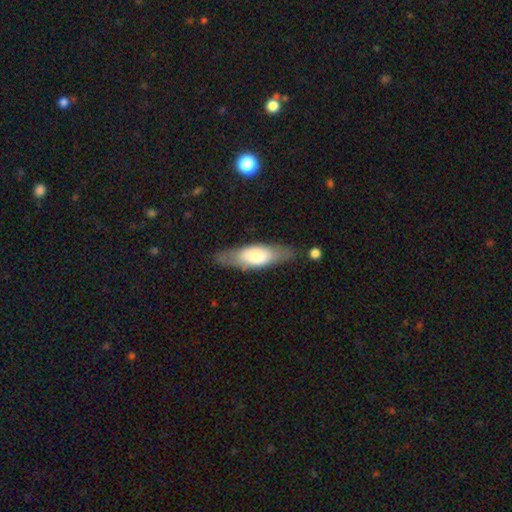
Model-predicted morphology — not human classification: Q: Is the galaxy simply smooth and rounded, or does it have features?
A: smooth — 59%.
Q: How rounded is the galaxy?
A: in between — 55%.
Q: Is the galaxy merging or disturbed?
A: none — 77%.